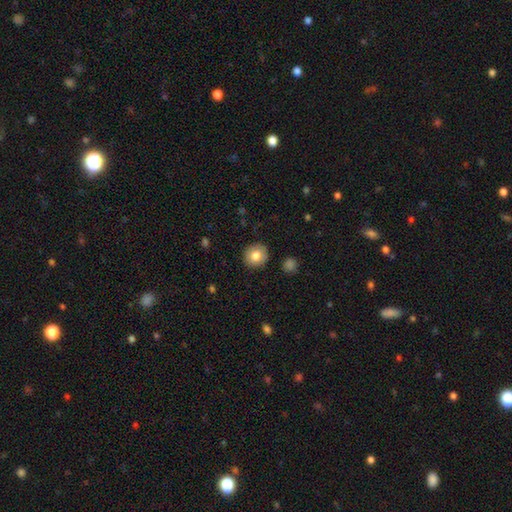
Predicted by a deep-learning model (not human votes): Smooth or featured? smooth (80%)
How rounded? round (89%)
Merging? none (89%)